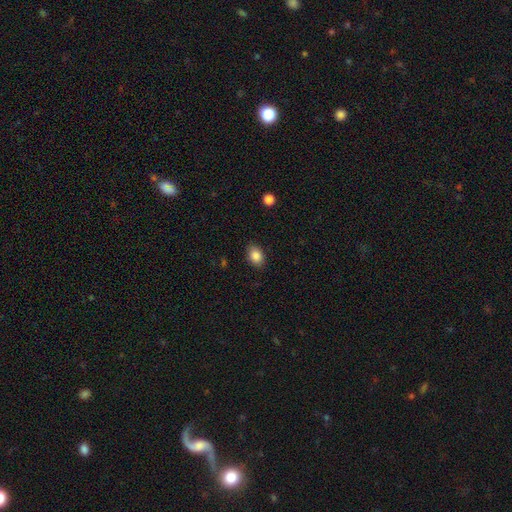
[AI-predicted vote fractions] A smooth galaxy with no disk features (85%) that is in between round and cigar-shaped (79%). Merging: none (87%).